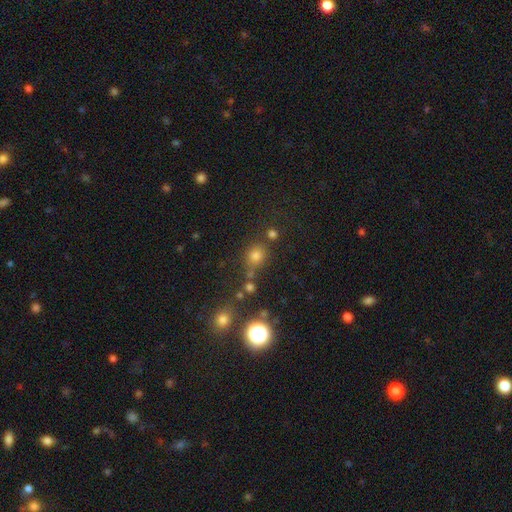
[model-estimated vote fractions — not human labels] A smooth galaxy with no disk features (69%) that is round (80%). Merging: none (67%).